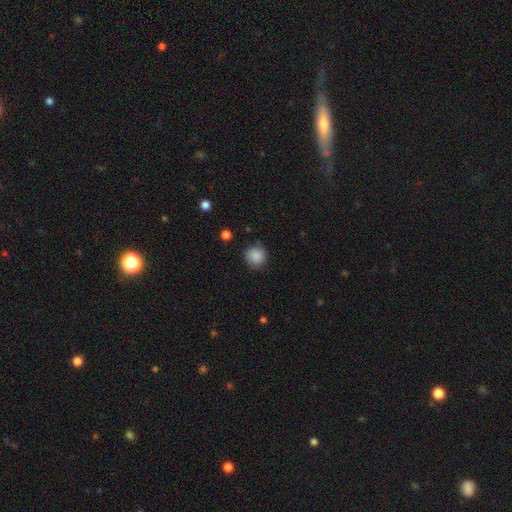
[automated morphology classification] Smooth or featured? Predicted: smooth (p=0.87). How rounded? Predicted: round (p=0.91). Merging? Predicted: none (p=0.85).